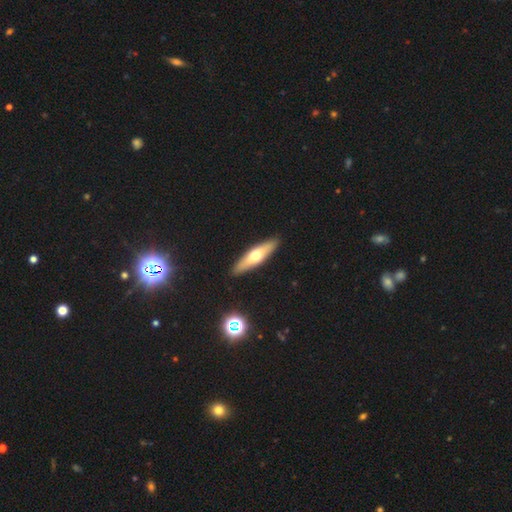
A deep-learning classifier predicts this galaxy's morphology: Smooth or featured? Predicted: smooth (p=0.49). Merging? Predicted: none (p=0.91).